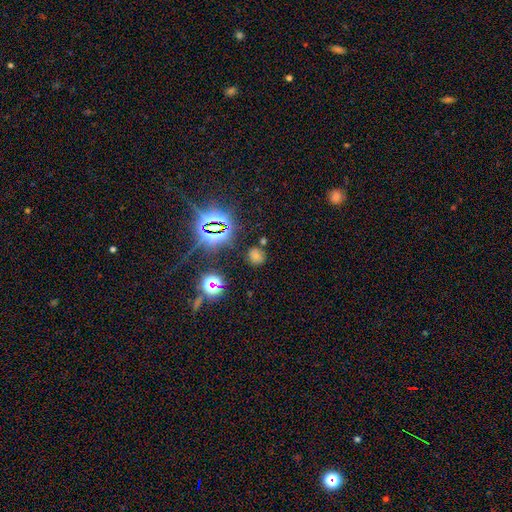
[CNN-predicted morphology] This is possibly a smooth galaxy (54%). How rounded: likely round (72%). Merging: likely none (76%).